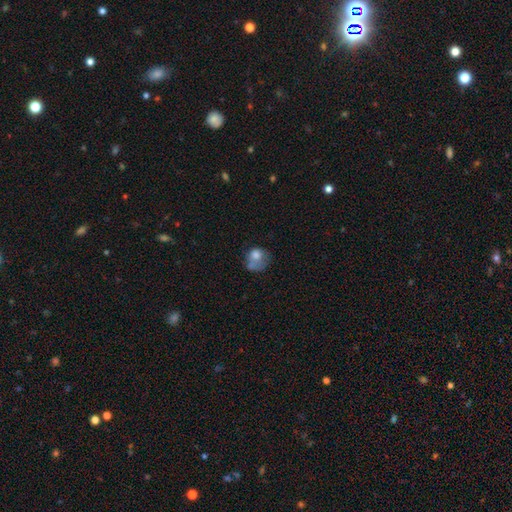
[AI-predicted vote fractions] Smooth or featured?
  - smooth: 69% *
  - featured or disk: 21%
  - star or artifact: 10%
How rounded?
  - round: 61% *
  - in between: 38%
  - cigar-shaped: 1%
Merging?
  - none: 30% *
  - major disturbance: 28%
  - minor disturbance: 24%
  - merger: 19%